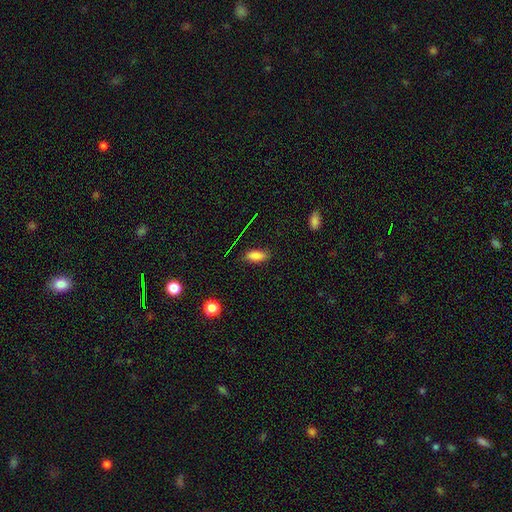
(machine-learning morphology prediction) A smooth galaxy with no disk features (80%) that is in between round and cigar-shaped (83%).

Vote fractions:
- Smooth or featured? smooth: 80% / star or artifact: 13% / featured or disk: 7%
- How rounded? in between: 83% / cigar-shaped: 14% / round: 3%
- Merging? none: 80% / minor disturbance: 15% / major disturbance: 3% / merger: 2%